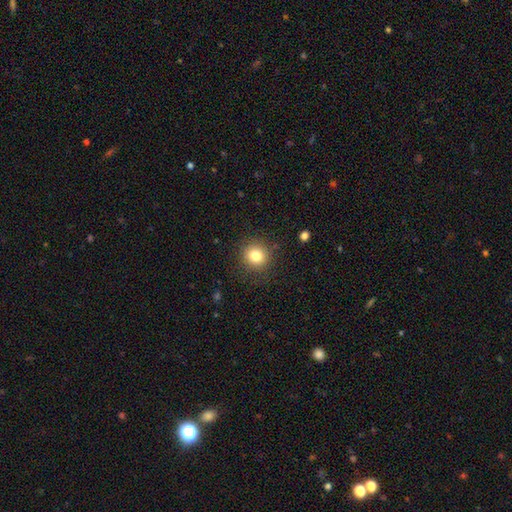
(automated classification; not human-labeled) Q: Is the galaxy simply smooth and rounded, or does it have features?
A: smooth — 81%.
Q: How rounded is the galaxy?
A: round — 89%.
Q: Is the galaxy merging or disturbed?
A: none — 88%.